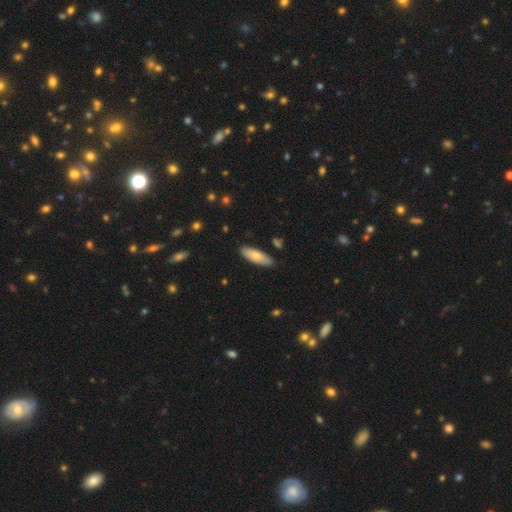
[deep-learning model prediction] smooth_or_featured: smooth (p=0.73) [alt: featured or disk p=0.22]
how_rounded: in between (p=0.59) [alt: cigar-shaped p=0.39]
merging: none (p=0.86) [alt: minor disturbance p=0.11]